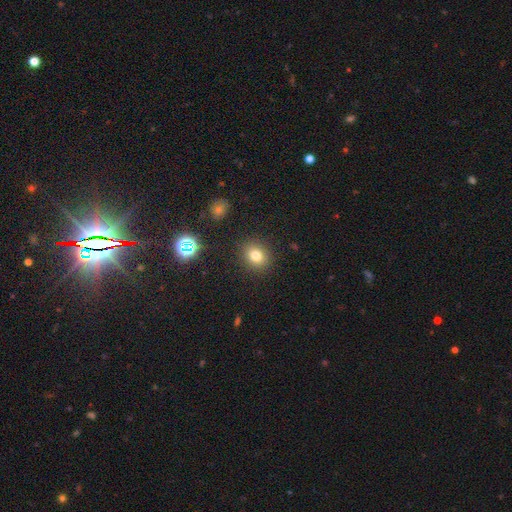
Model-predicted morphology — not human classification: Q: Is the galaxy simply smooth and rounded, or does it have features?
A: smooth — 76%.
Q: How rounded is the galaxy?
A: round — 69%.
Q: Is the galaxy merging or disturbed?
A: none — 88%.